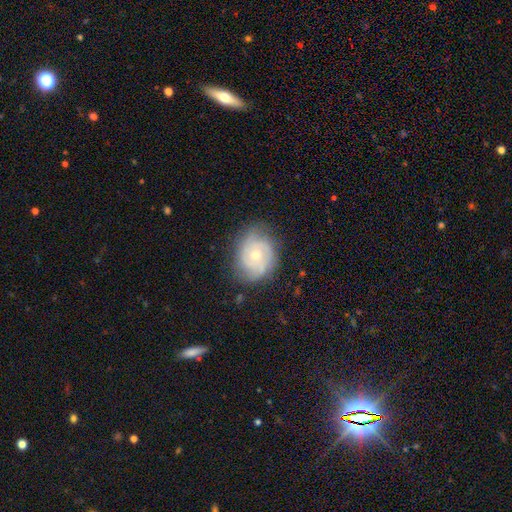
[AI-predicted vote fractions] The model was most divided on "spiral arm count": 2: 30%, can't tell: 28%, 3: 27%, 4: 6%, 1: 5%, more than 4: 4%. More confident: edge-on disk — no (97%); spiral arms — yes (91%); bar — no (78%); merging — none (72%); smooth or featured — featured or disk (71%); spiral winding — tight (58%); bulge size — small (56%).